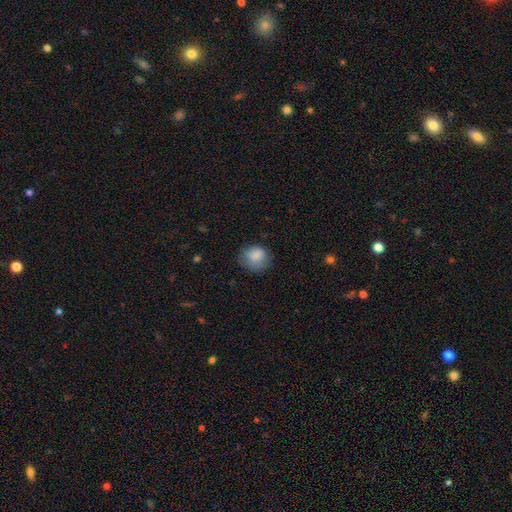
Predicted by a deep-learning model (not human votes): This appears to be a smooth galaxy with no disk features (85%) that is round (72%). Merging: none (67%).